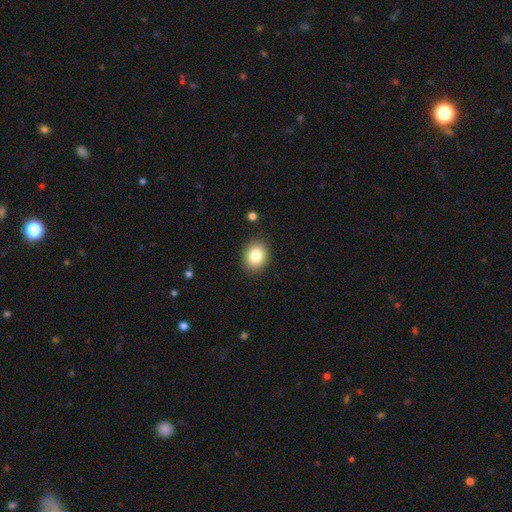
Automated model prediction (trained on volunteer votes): smooth_or_featured: smooth (p=0.83) [alt: star or artifact p=0.09]
how_rounded: round (p=0.51) [alt: in between p=0.48]
merging: none (p=0.88) [alt: minor disturbance p=0.08]